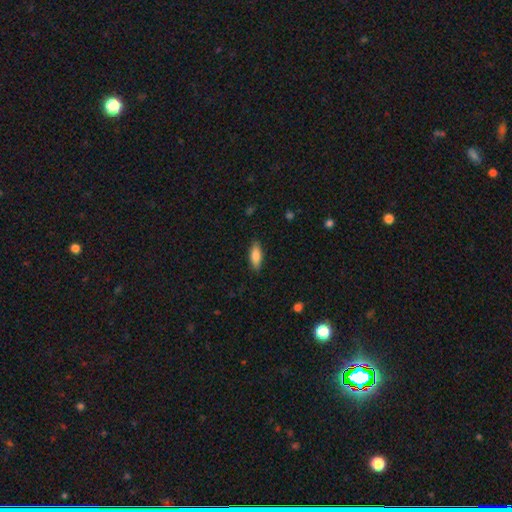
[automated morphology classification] A smooth galaxy with no disk features (83%) that is in between round and cigar-shaped (65%).

Vote fractions:
- Smooth or featured? smooth: 83% / featured or disk: 10% / star or artifact: 6%
- How rounded? in between: 65% / cigar-shaped: 33% / round: 2%
- Merging? none: 87% / minor disturbance: 10% / major disturbance: 2% / merger: 1%